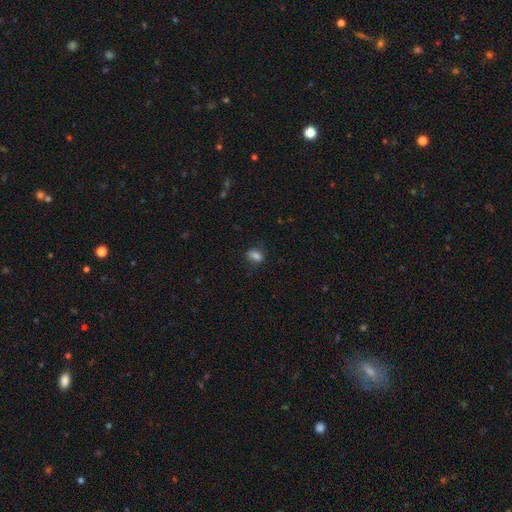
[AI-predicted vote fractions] The model was most divided on "merging": none: 69%, minor disturbance: 22%, major disturbance: 7%, merger: 2%. More confident: smooth or featured — smooth (80%); how rounded — in between (77%).